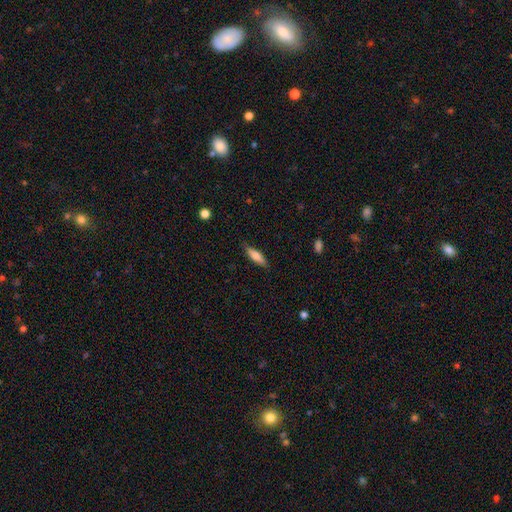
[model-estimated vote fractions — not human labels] Smooth or featured: smooth — 69% (featured or disk — 24%)
How rounded: cigar-shaped — 58% (in between — 40%)
Merging: none — 84% (minor disturbance — 13%)